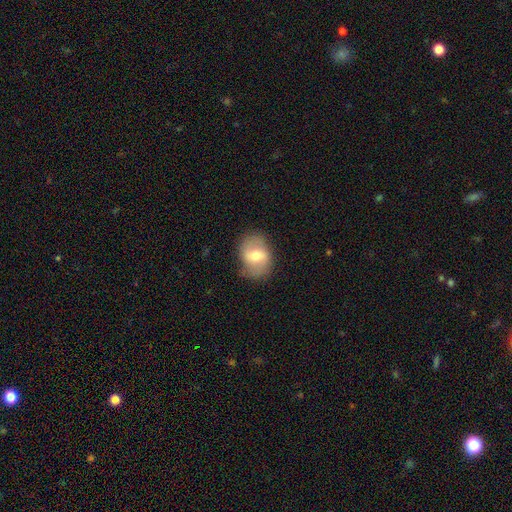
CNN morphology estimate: smooth 51%, featured or disk 42%, star or artifact 7%. Down the decision tree: how rounded — in between (65%); merging — none (74%).